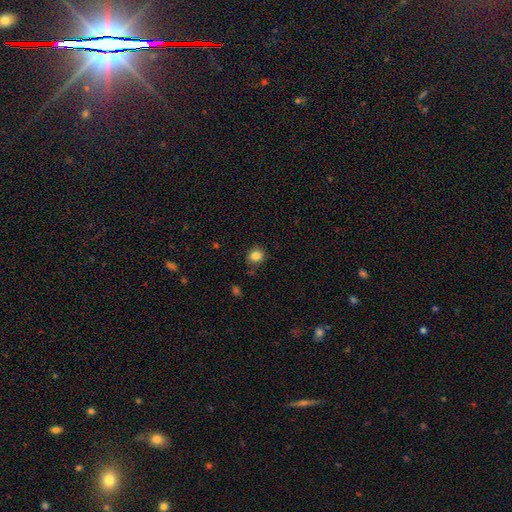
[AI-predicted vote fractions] smooth_or_featured: smooth (p=0.84) [alt: star or artifact p=0.11]
how_rounded: round (p=0.80) [alt: in between p=0.19]
merging: none (p=0.81) [alt: minor disturbance p=0.14]